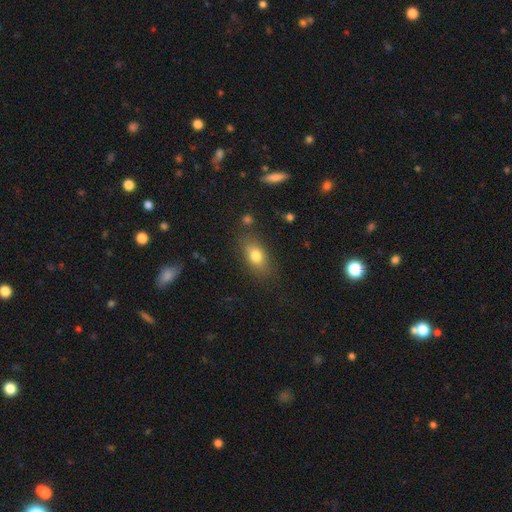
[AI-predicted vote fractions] Q: Smooth or featured?
A: smooth (77%); runner-up: featured or disk (14%)
Q: How rounded?
A: in between (82%); runner-up: round (12%)
Q: Merging?
A: none (78%); runner-up: minor disturbance (15%)